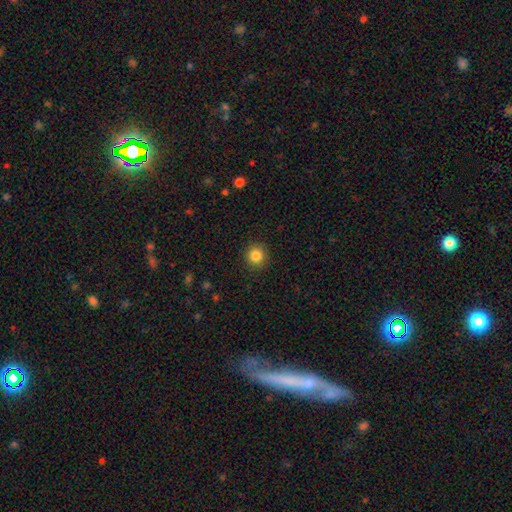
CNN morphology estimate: Smooth or featured? smooth (85%)
How rounded? round (94%)
Merging? none (91%)